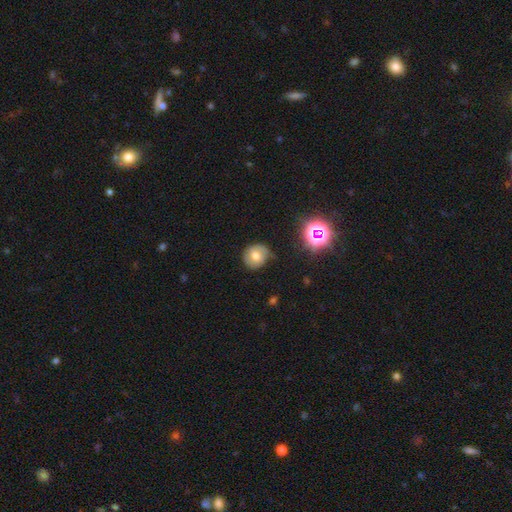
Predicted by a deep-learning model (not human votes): Smooth or featured?
  - smooth: 51% *
  - featured or disk: 37%
  - star or artifact: 13%
How rounded?
  - round: 77% *
  - in between: 22%
  - cigar-shaped: 1%
Merging?
  - none: 72% *
  - minor disturbance: 20%
  - major disturbance: 6%
  - merger: 2%